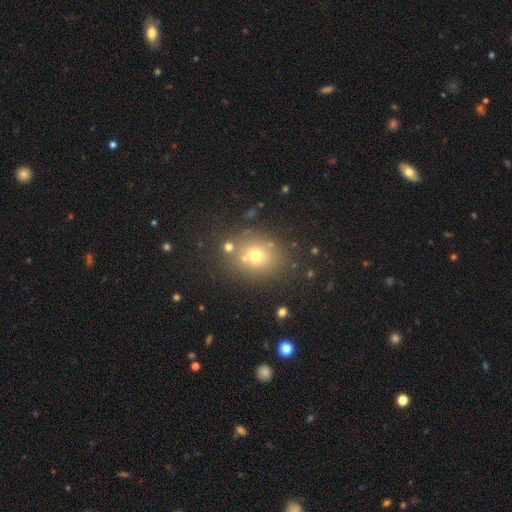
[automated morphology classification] Smooth or featured? smooth (65%)
How rounded? round (62%)
Merging? none (74%)